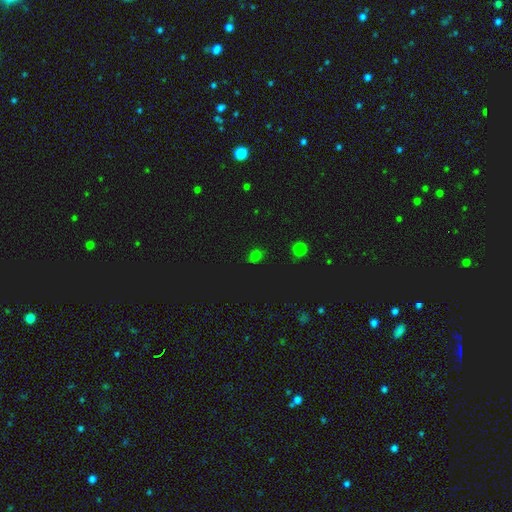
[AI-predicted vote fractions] smooth 63%, star or artifact 31%, featured or disk 6%. Down the decision tree: how rounded — in between (52%); merging — none (80%).